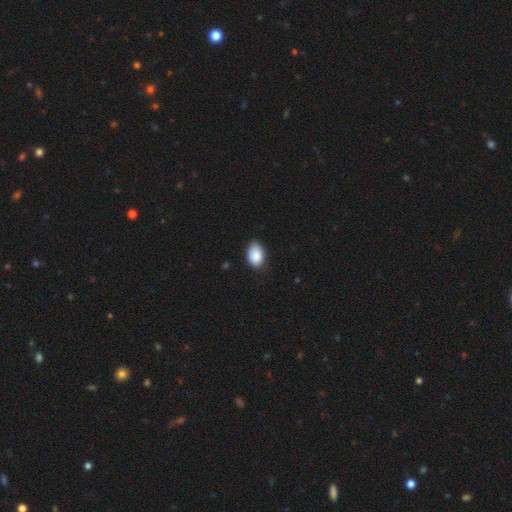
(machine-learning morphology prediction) Q: Smooth or featured?
A: smooth (89%); runner-up: star or artifact (7%)
Q: How rounded?
A: in between (87%); runner-up: round (12%)
Q: Merging?
A: none (72%); runner-up: minor disturbance (24%)